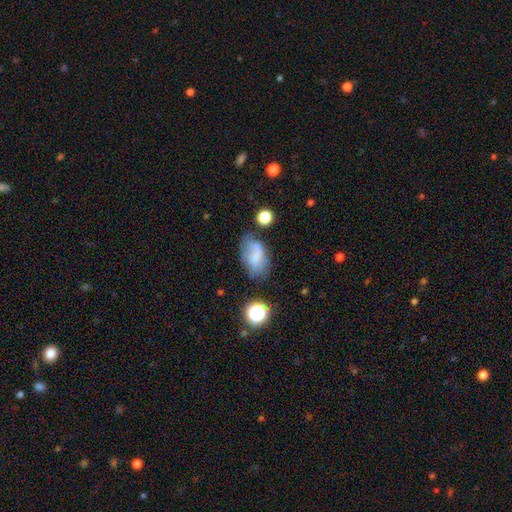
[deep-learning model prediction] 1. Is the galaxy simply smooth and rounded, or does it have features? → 58% smooth, 29% featured or disk, 13% star or artifact.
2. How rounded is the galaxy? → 89% in between, 9% round, 3% cigar-shaped.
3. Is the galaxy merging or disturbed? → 44% none, 31% minor disturbance, 19% major disturbance, 7% merger.